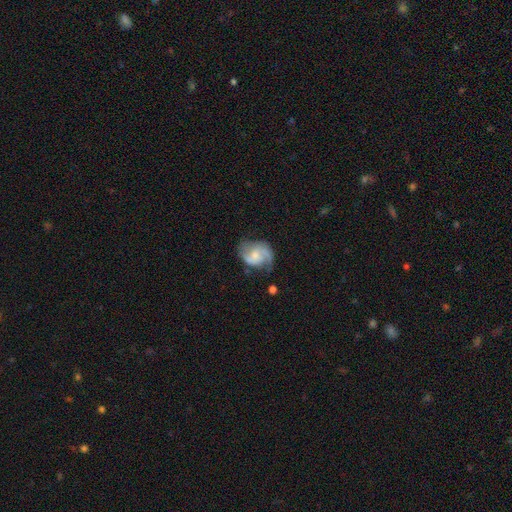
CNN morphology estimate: type=featured or disk (75%); edge-on=no (98%); bar=no (57%); spiral arms=yes (93%); winding=medium (48%); arm count=2 (81%); bulge=small (44%); merging=none (59%).